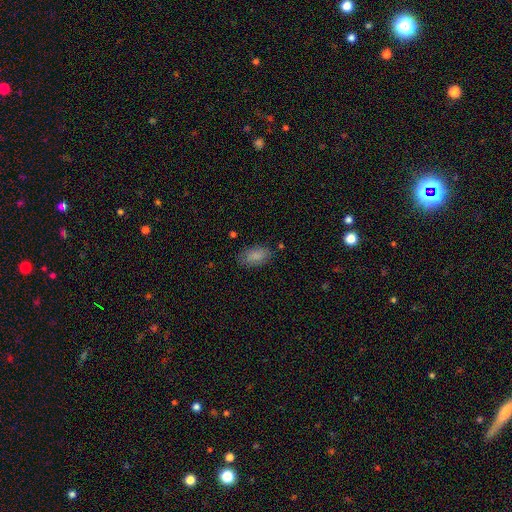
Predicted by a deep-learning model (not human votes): smooth 87%, star or artifact 7%, featured or disk 6%. Down the decision tree: how rounded — in between (93%); merging — none (79%).